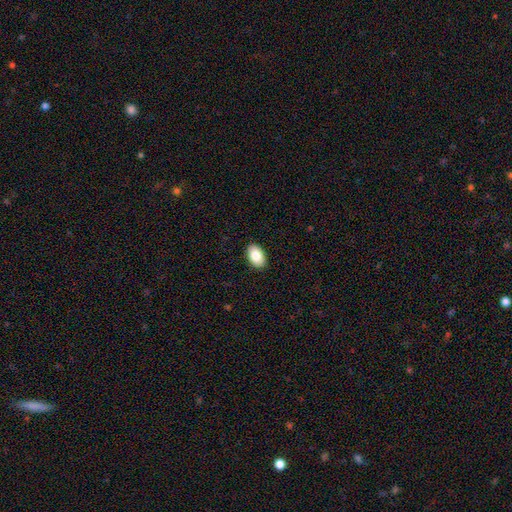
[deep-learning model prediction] Smooth or featured? smooth (87%)
How rounded? in between (92%)
Merging? none (90%)